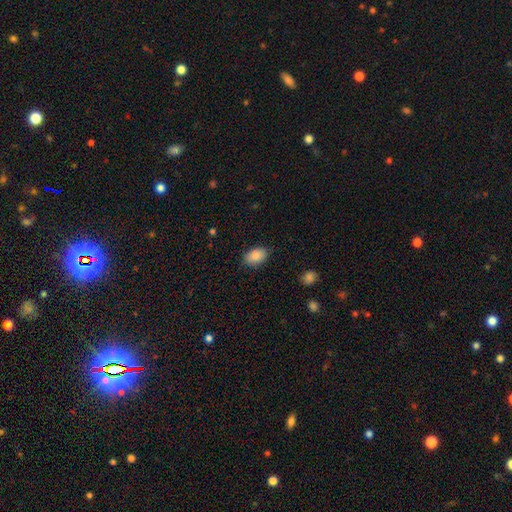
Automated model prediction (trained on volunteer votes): smooth 87%, star or artifact 8%, featured or disk 5%. Down the decision tree: how rounded — in between (86%); merging — none (83%).